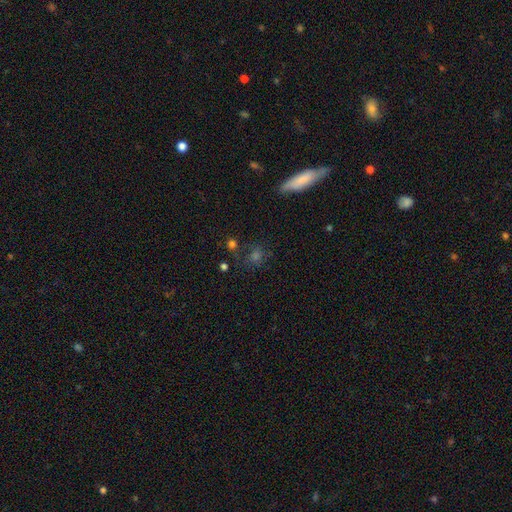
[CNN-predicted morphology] Smooth or featured? Predicted: smooth (p=0.48). Merging? Predicted: none (p=0.71).